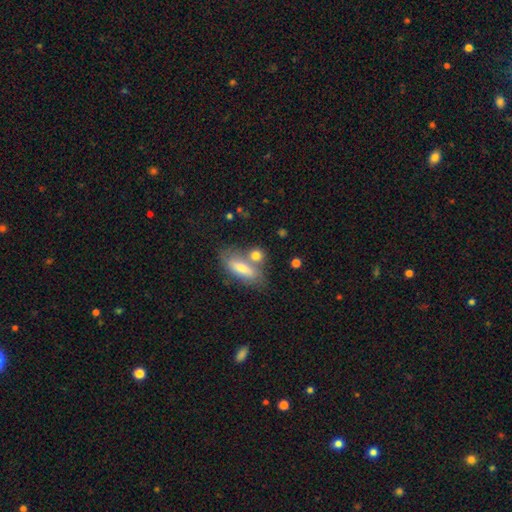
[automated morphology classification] type=smooth (76%); roundness=in between (54%); merging=none (51%).